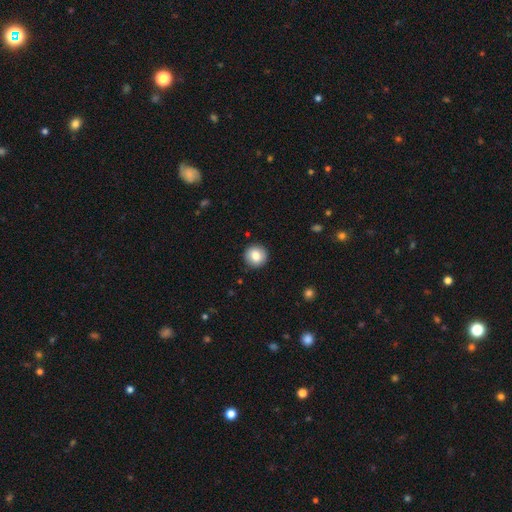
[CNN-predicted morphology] A smooth galaxy with no disk features (82%) that is round (95%).

Vote fractions:
- Smooth or featured? smooth: 82% / featured or disk: 9% / star or artifact: 9%
- How rounded? round: 95% / in between: 4% / cigar-shaped: 1%
- Merging? none: 91% / minor disturbance: 6% / major disturbance: 2% / merger: 1%